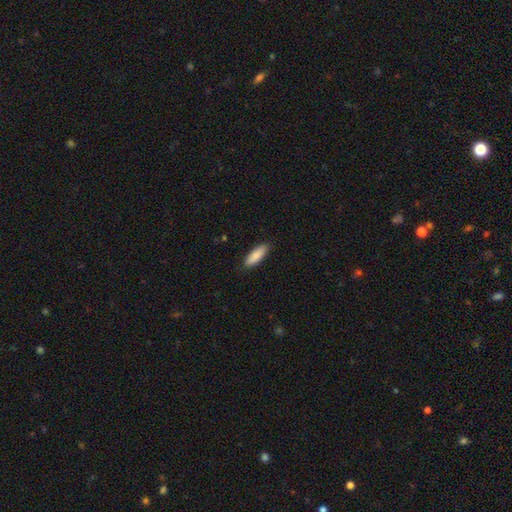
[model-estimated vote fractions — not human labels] smooth-or-featured: smooth: 88% | featured or disk: 7% | star or artifact: 6%
  how-rounded: in between: 56% | cigar-shaped: 42% | round: 2%
  merging: none: 89% | minor disturbance: 8% | major disturbance: 2% | merger: 1%